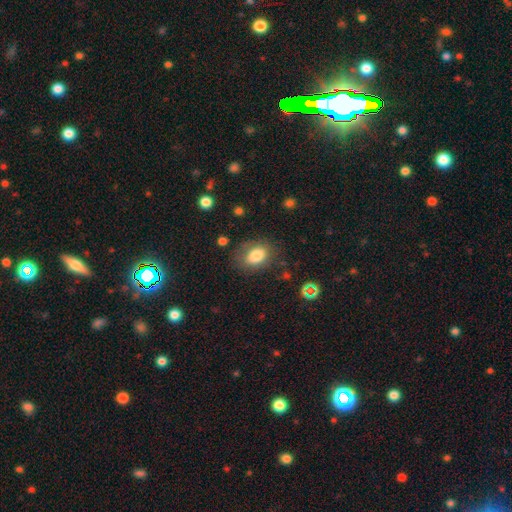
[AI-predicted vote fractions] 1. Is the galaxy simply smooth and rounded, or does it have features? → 78% smooth, 13% featured or disk, 9% star or artifact.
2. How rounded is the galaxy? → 76% in between, 23% round, 1% cigar-shaped.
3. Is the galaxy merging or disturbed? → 72% none, 18% minor disturbance, 8% major disturbance, 2% merger.